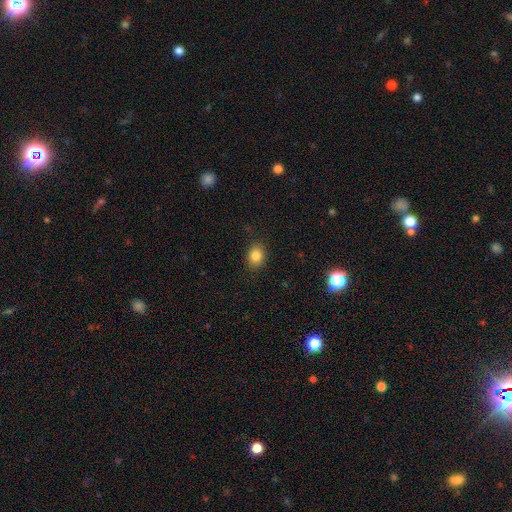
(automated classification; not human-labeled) This is clearly a smooth galaxy (84%). How rounded: possibly in between (57%). Merging: clearly none (88%).